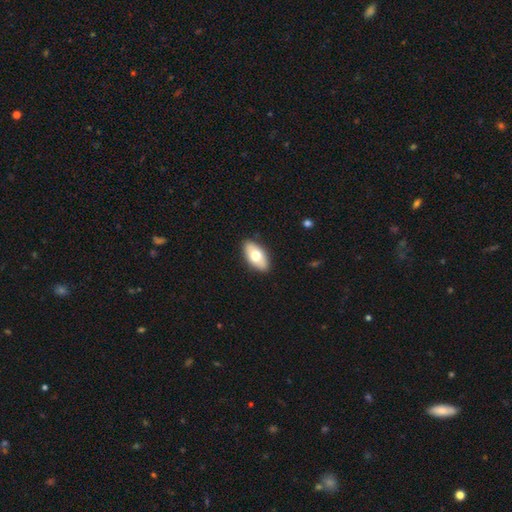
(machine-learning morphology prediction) Smooth or featured: smooth — 68% (featured or disk — 26%)
How rounded: in between — 93% (cigar-shaped — 4%)
Merging: none — 89% (minor disturbance — 8%)